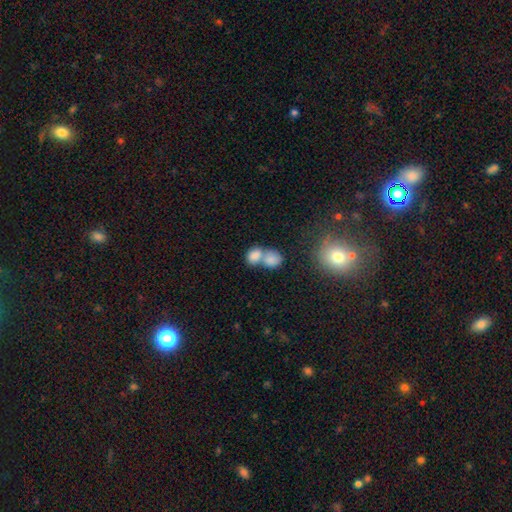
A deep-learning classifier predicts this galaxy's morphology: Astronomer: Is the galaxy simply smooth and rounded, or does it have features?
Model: smooth — 81%.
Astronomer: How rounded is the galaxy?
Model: in between — 60% (runner-up: round, 39%).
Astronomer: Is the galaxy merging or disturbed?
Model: merger — 68%.